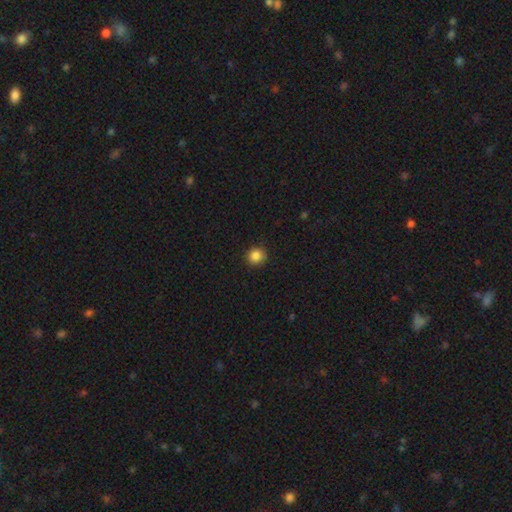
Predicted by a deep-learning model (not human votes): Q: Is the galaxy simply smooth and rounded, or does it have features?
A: smooth — 86%.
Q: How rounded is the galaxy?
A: round — 91%.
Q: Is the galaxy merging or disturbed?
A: none — 91%.